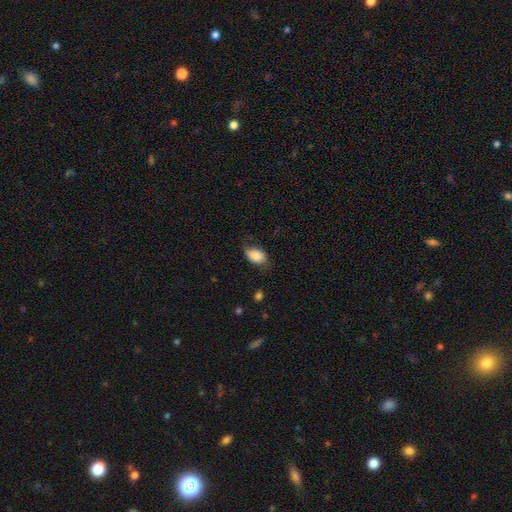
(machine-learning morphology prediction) type=smooth (83%); roundness=in between (89%); merging=none (58%).